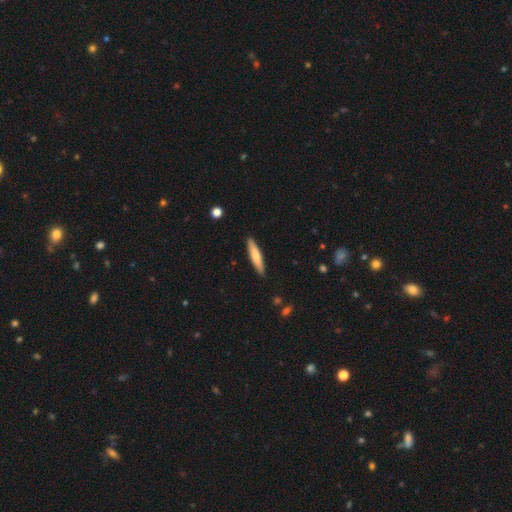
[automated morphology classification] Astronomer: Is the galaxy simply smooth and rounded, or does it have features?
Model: smooth — 66%.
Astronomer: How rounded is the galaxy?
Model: cigar-shaped — 87%.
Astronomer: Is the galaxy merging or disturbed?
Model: none — 90%.